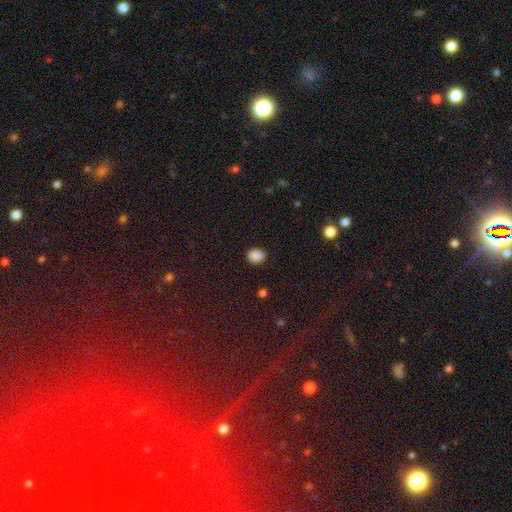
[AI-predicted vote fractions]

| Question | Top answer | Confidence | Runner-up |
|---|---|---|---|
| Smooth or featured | smooth | 87% | star or artifact (10%) |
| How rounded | in between | 58% | round (41%) |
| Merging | none | 86% | minor disturbance (10%) |